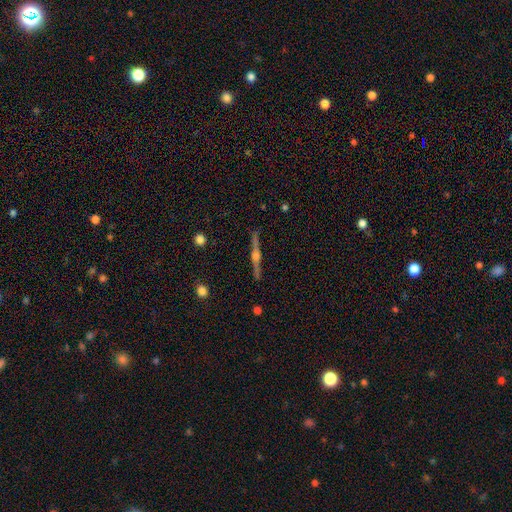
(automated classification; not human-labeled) featured or disk 82%, smooth 11%, star or artifact 7%. Down the decision tree: edge-on disk — yes (98%); edge-on bulge — rounded (88%); merging — none (91%).